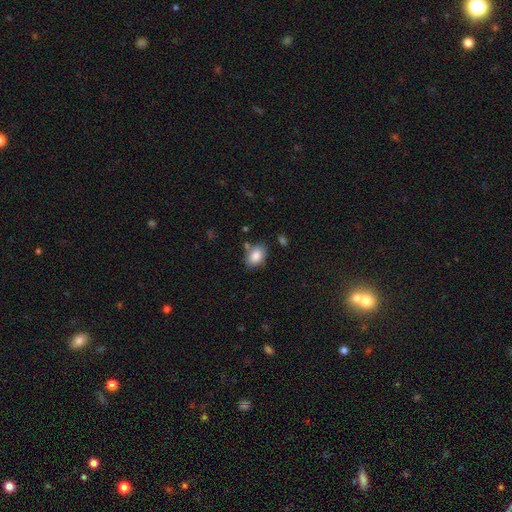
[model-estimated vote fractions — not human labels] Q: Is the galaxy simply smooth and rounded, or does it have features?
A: smooth — 85%.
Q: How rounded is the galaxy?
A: in between — 83%.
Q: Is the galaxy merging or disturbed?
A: none — 74%.